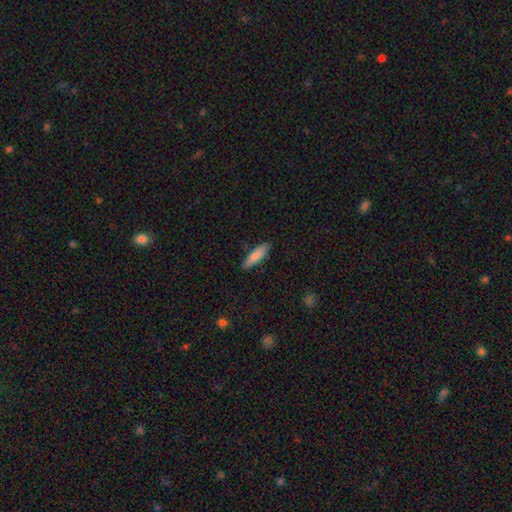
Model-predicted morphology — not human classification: type=smooth (84%); roundness=cigar-shaped (65%); merging=none (87%).